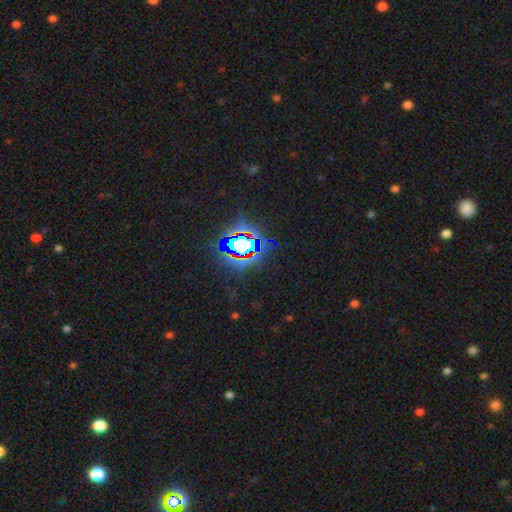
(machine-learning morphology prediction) The model was most divided on "smooth or featured": star or artifact: 85%, smooth: 9%, featured or disk: 6%.